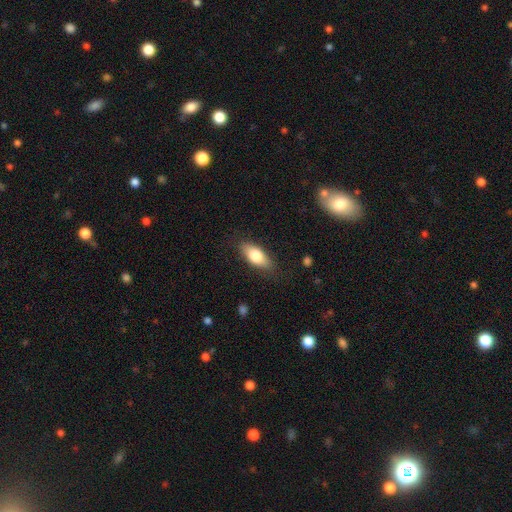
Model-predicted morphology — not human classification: The model was most divided on "smooth or featured": smooth: 79%, featured or disk: 15%, star or artifact: 6%. More confident: how rounded — in between (83%); merging — none (82%).